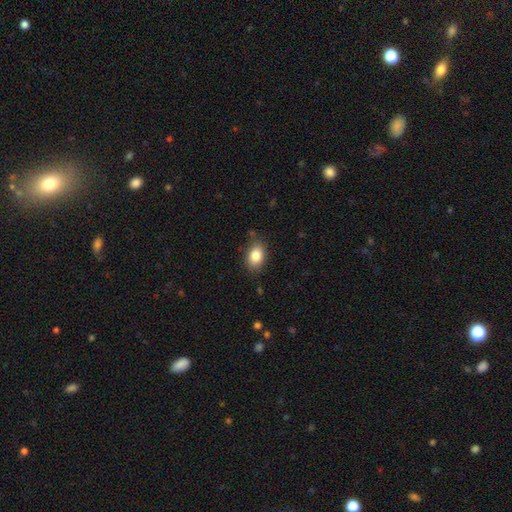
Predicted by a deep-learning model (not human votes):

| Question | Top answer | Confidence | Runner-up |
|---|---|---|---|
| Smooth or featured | smooth | 84% | star or artifact (8%) |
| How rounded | in between | 81% | round (18%) |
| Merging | none | 80% | minor disturbance (15%) |